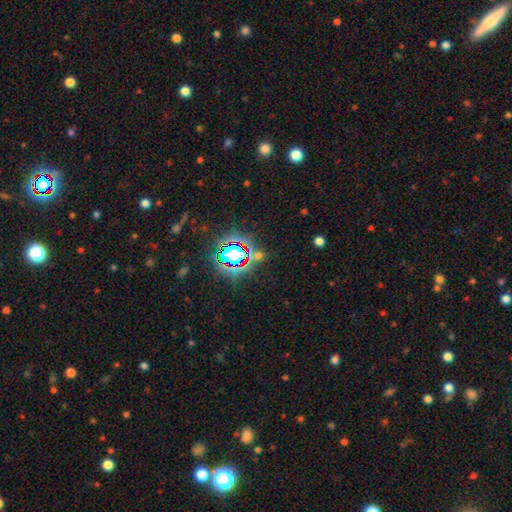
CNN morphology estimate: A star or artifact, not a galaxy (76%).

Vote fractions:
- Smooth or featured? star or artifact: 76% / smooth: 16% / featured or disk: 9%